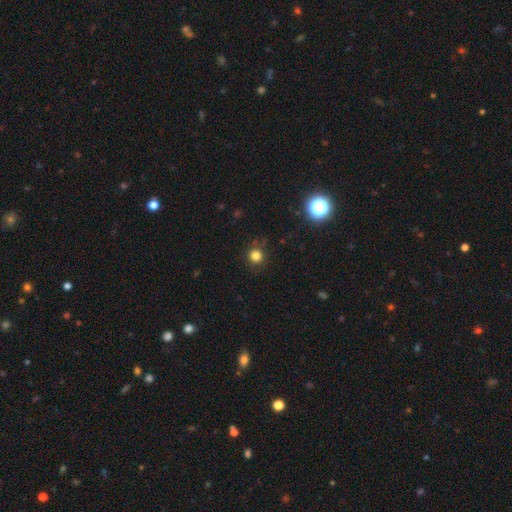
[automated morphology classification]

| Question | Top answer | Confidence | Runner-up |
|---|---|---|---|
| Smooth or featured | smooth | 80% | star or artifact (15%) |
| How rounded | round | 93% | in between (6%) |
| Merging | none | 86% | minor disturbance (9%) |